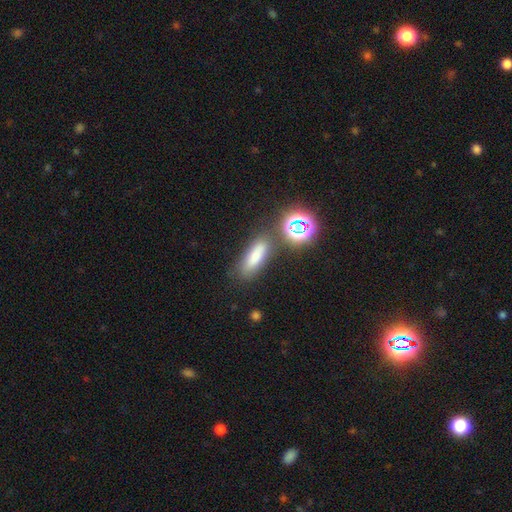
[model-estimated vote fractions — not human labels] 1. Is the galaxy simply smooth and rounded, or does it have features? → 72% smooth, 17% star or artifact, 11% featured or disk.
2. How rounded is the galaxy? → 50% in between, 43% cigar-shaped, 7% round.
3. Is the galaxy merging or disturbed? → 73% none, 13% minor disturbance, 9% merger, 5% major disturbance.